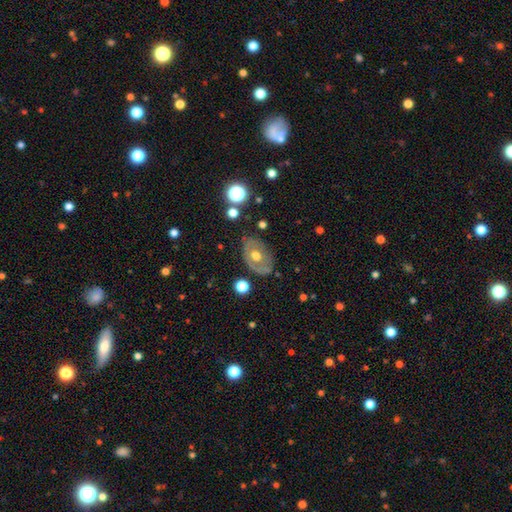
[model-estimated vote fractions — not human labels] This appears to be a featured or disk galaxy (57%) with no bar (85%), no spiral arms (75%) and a moderate central bulge (75%). Merging: none (74%).